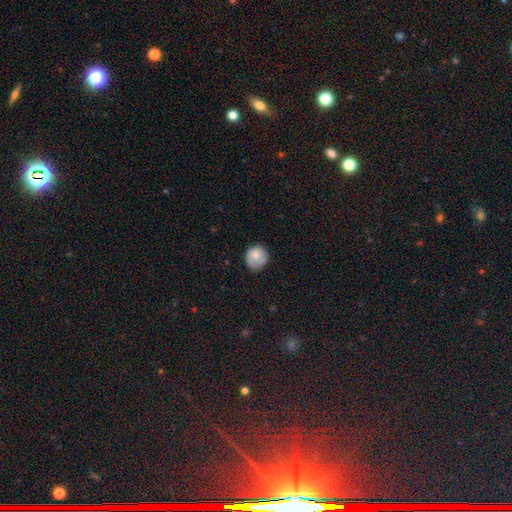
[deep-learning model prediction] The model was most divided on "merging": none: 73%, minor disturbance: 21%, major disturbance: 5%, merger: 1%. More confident: how rounded — round (87%); smooth or featured — smooth (81%).